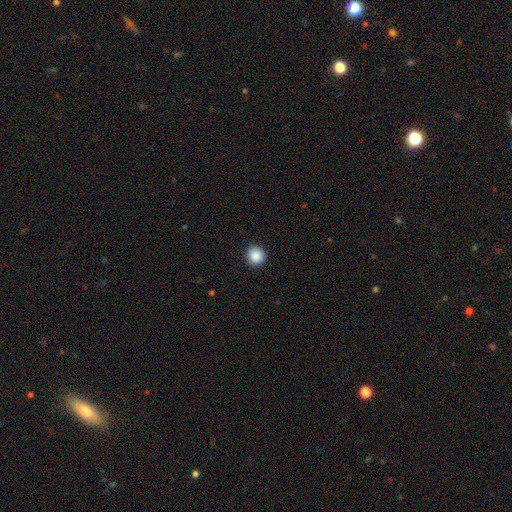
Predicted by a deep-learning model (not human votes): smooth-or-featured: smooth: 89% | star or artifact: 9% | featured or disk: 3%
  how-rounded: round: 93% | in between: 6% | cigar-shaped: 1%
  merging: none: 92% | minor disturbance: 6% | major disturbance: 2% | merger: 1%